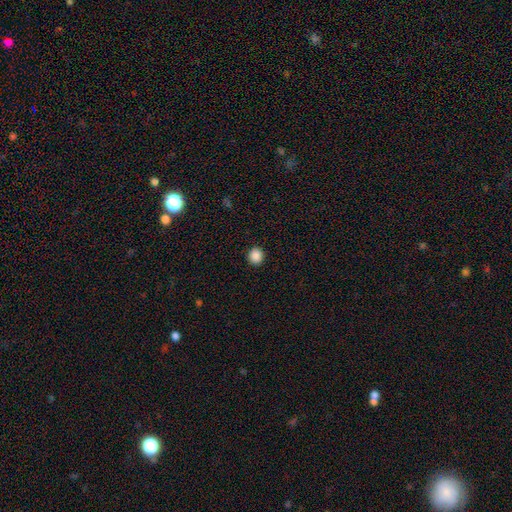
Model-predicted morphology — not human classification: smooth_or_featured: smooth (p=0.88) [alt: star or artifact p=0.10]
how_rounded: round (p=0.88) [alt: in between p=0.11]
merging: none (p=0.92) [alt: minor disturbance p=0.05]